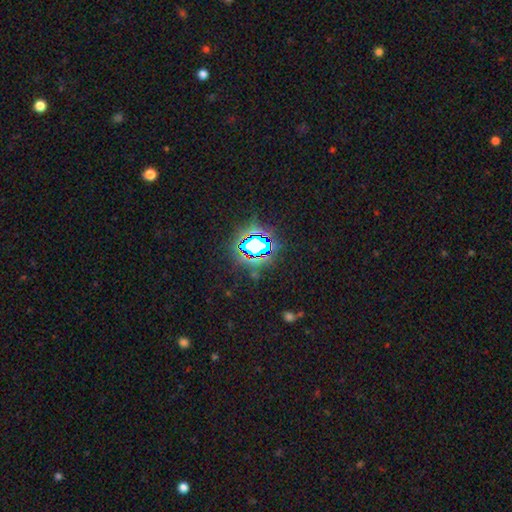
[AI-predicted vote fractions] This is likely a star or artifact rather than a galaxy (77%).